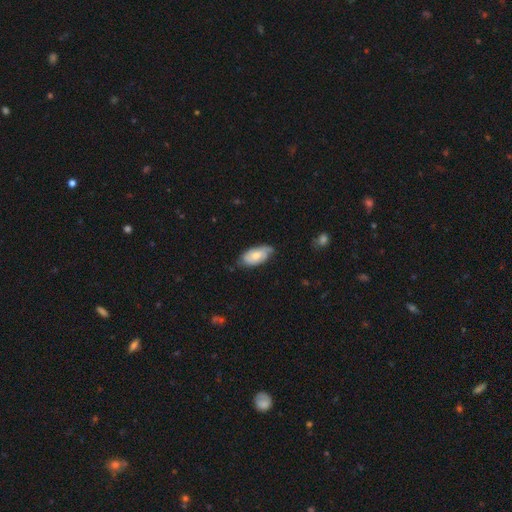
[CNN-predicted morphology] smooth-or-featured: smooth: 53% | featured or disk: 41% | star or artifact: 6%
  how-rounded: in between: 92% | cigar-shaped: 4% | round: 3%
  merging: none: 62% | minor disturbance: 30% | major disturbance: 6% | merger: 2%